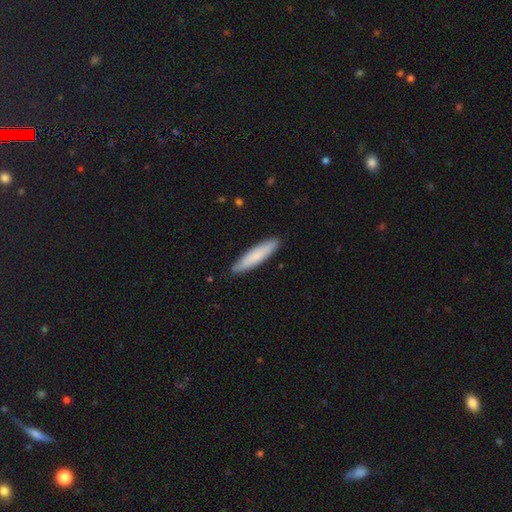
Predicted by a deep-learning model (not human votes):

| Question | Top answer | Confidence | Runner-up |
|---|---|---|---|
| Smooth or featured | smooth | 81% | featured or disk (14%) |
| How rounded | cigar-shaped | 85% | in between (14%) |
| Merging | none | 89% | minor disturbance (8%) |